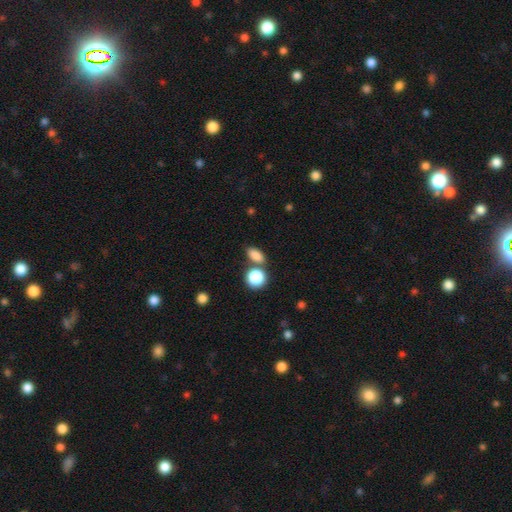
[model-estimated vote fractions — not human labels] Overall: smooth (84%). How rounded: in between (72%). Merging: none (63%).